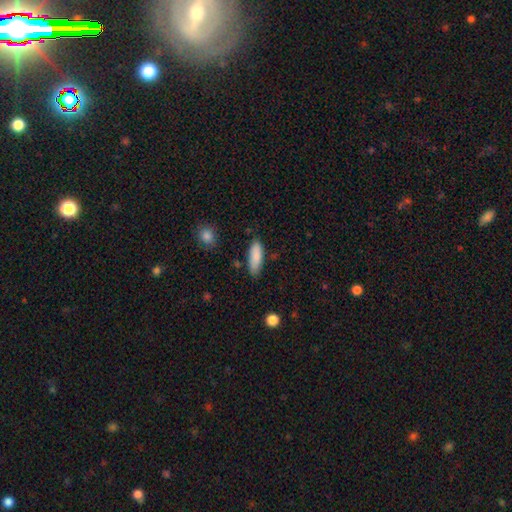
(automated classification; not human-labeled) Smooth or featured? smooth (87%)
How rounded? in between (60%)
Merging? none (79%)